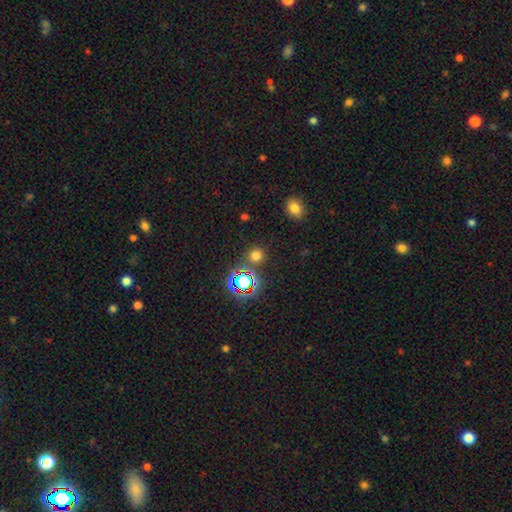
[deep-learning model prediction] Smooth or featured: smooth — 64% (star or artifact — 30%)
How rounded: round — 90% (in between — 9%)
Merging: none — 81% (minor disturbance — 8%)